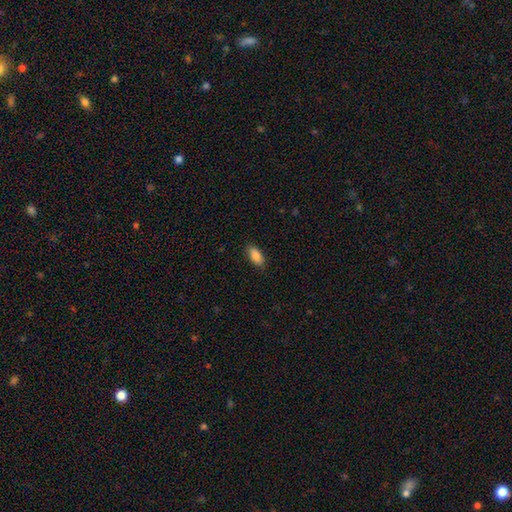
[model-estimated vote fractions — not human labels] This is clearly a smooth galaxy (87%). How rounded: clearly in between (87%). Merging: clearly none (87%).